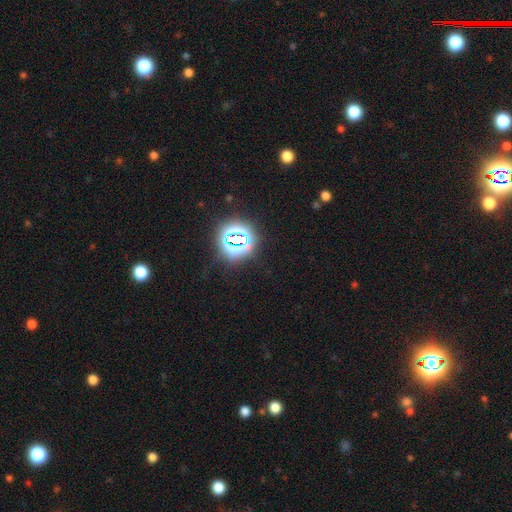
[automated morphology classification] star or artifact 81%, smooth 13%, featured or disk 6%.